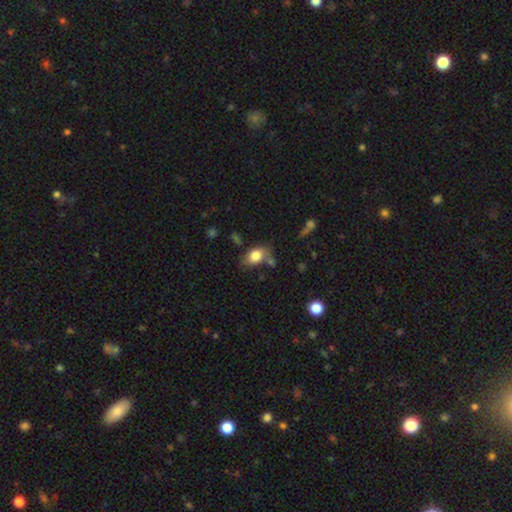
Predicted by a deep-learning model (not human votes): Smooth or featured? Predicted: smooth (p=0.81). How rounded? Predicted: in between (p=0.80). Merging? Predicted: none (p=0.59).